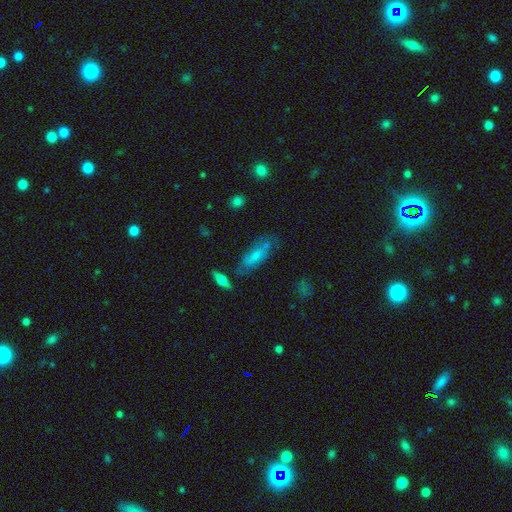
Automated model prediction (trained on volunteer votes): Q: Smooth or featured?
A: smooth (63%); runner-up: featured or disk (29%)
Q: How rounded?
A: in between (68%); runner-up: cigar-shaped (30%)
Q: Merging?
A: none (60%); runner-up: minor disturbance (23%)